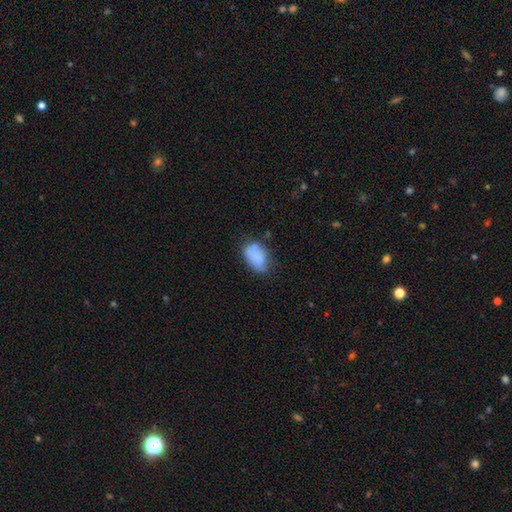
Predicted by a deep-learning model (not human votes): This is likely a smooth galaxy (78%). How rounded: clearly in between (89%). Merging: possibly none (51%).